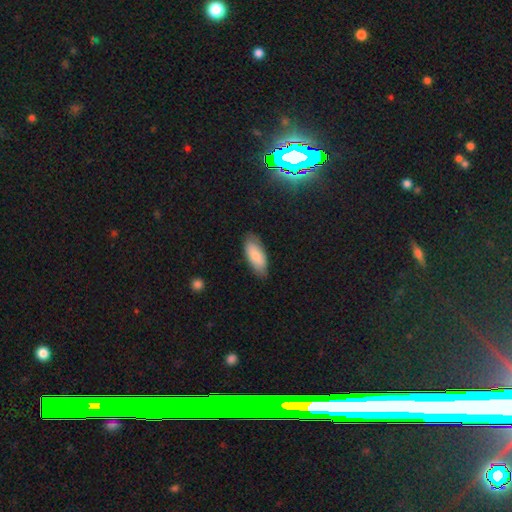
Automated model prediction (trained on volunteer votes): Smooth or featured: smooth — 81% (featured or disk — 13%)
How rounded: in between — 83% (cigar-shaped — 16%)
Merging: none — 79% (minor disturbance — 17%)